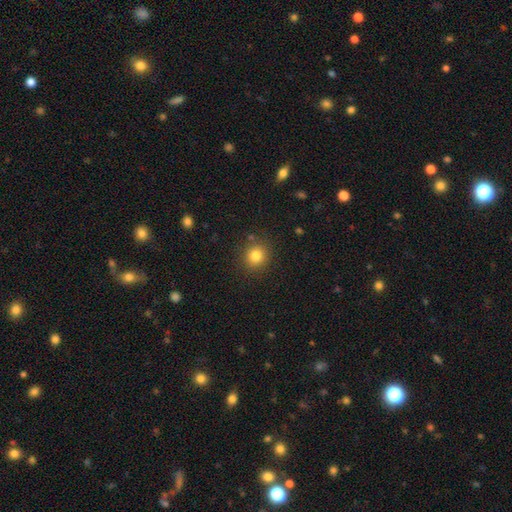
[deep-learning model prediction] smooth 82%, star or artifact 12%, featured or disk 6%. Down the decision tree: how rounded — round (88%); merging — none (86%).